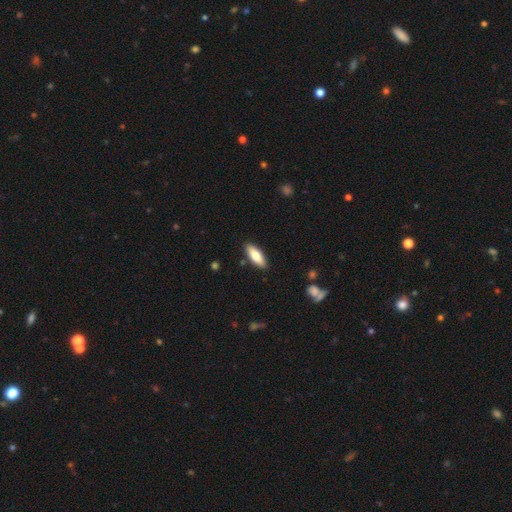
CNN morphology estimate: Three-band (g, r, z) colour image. It shows a smooth galaxy with no disk features (70%) that is in between round and cigar-shaped (64%). Merging: none (88%).